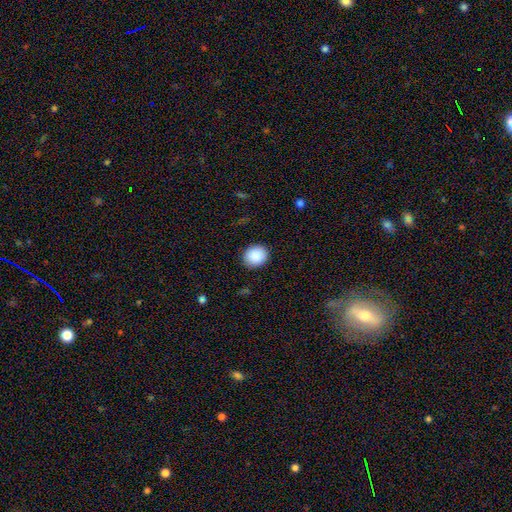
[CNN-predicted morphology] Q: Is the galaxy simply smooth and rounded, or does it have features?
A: smooth — 90%.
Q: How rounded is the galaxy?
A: round — 72%.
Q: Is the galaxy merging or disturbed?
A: none — 89%.